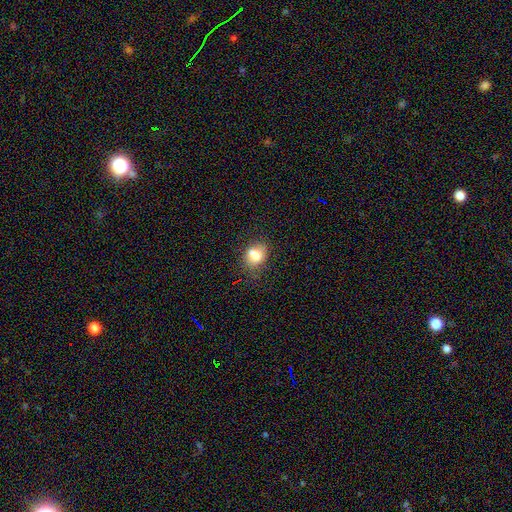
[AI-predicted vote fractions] Overall: smooth (75%). How rounded: round (55%; in between 44%). Merging: none (54%; minor disturbance 22%).